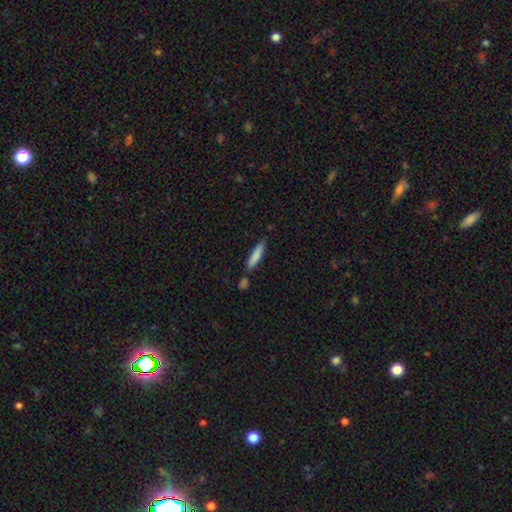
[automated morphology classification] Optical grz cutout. It shows a smooth galaxy with no disk features (82%) that is cigar-shaped (83%). Merging: none (72%).